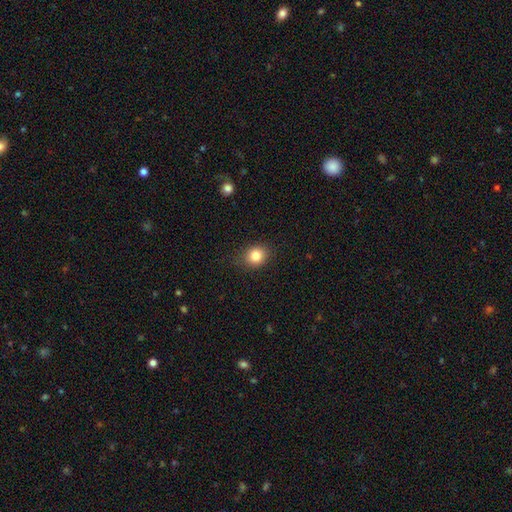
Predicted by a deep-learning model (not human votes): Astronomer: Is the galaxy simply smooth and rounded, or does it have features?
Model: smooth — 83%.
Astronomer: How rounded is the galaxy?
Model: round — 68%.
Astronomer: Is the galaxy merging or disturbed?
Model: none — 82%.